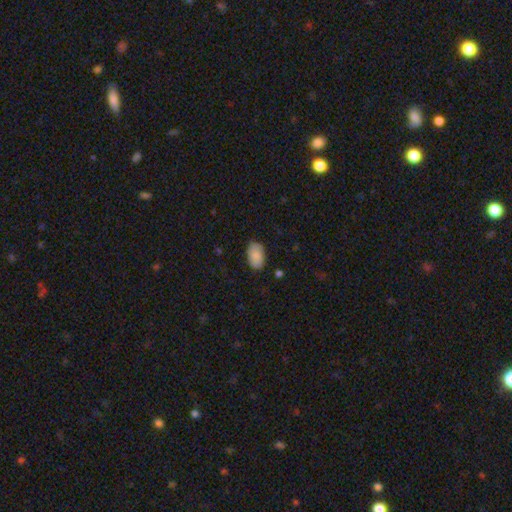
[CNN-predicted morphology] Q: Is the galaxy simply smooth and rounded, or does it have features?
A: smooth — 87%.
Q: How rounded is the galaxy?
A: in between — 93%.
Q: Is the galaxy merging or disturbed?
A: none — 82%.